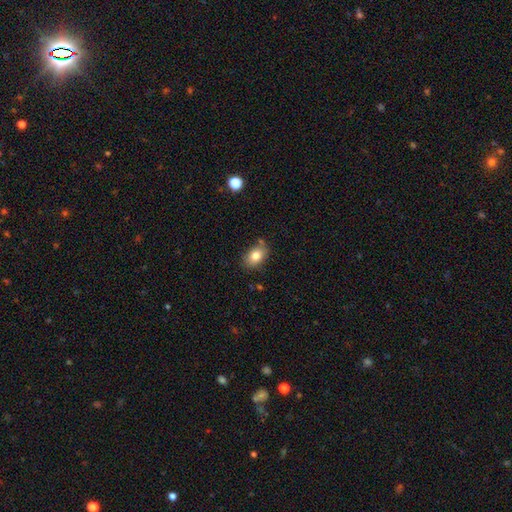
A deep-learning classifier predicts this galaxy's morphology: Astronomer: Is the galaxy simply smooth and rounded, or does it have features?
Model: smooth — 82%.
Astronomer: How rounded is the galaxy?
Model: in between — 82%.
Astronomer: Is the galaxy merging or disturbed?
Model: none — 78%.